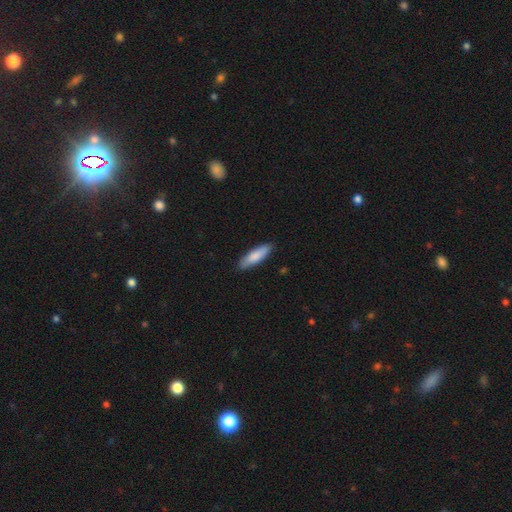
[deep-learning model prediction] Smooth or featured? Predicted: smooth (p=0.83). How rounded? Predicted: cigar-shaped (p=0.56). Merging? Predicted: none (p=0.87).